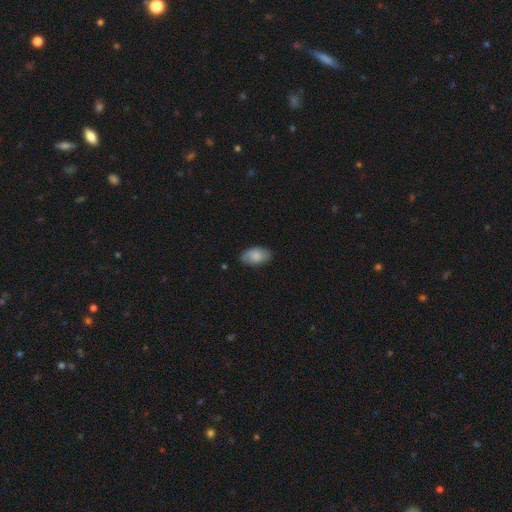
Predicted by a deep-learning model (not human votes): Smooth or featured?
  - smooth: 82% *
  - featured or disk: 11%
  - star or artifact: 7%
How rounded?
  - in between: 94% *
  - round: 4%
  - cigar-shaped: 2%
Merging?
  - none: 77% *
  - minor disturbance: 19%
  - major disturbance: 3%
  - merger: 1%